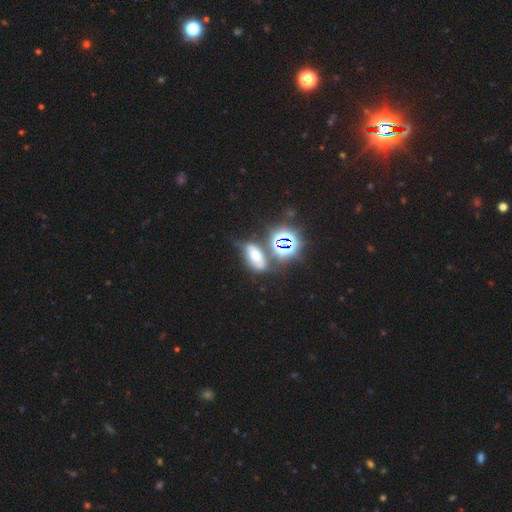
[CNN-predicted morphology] Smooth or featured? smooth (45%)
Merging? none (44%)